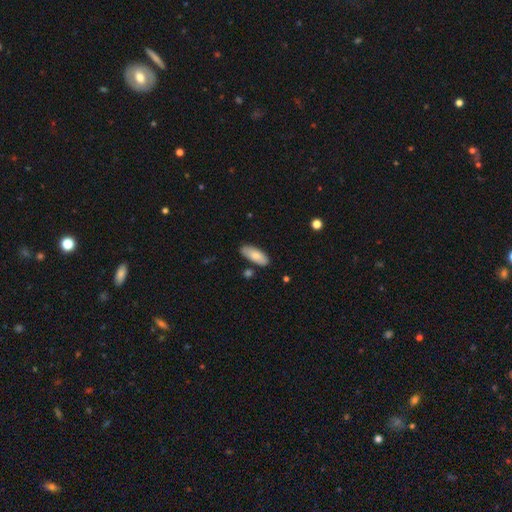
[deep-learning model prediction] Q: Smooth or featured?
A: smooth (78%); runner-up: featured or disk (16%)
Q: How rounded?
A: in between (79%); runner-up: cigar-shaped (19%)
Q: Merging?
A: none (80%); runner-up: minor disturbance (13%)